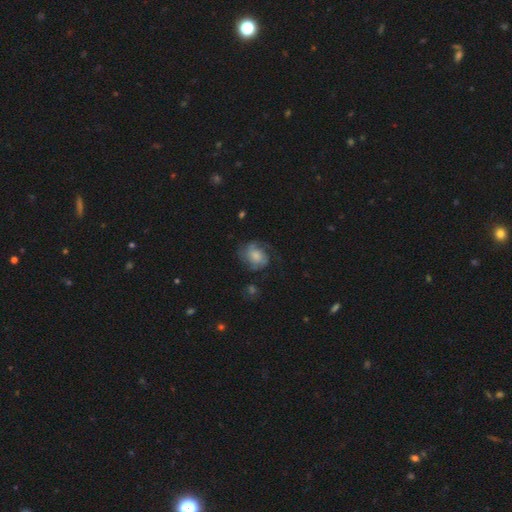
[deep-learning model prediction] Smooth or featured: smooth — 48% (featured or disk — 44%)
Merging: none — 52% (minor disturbance — 25%)